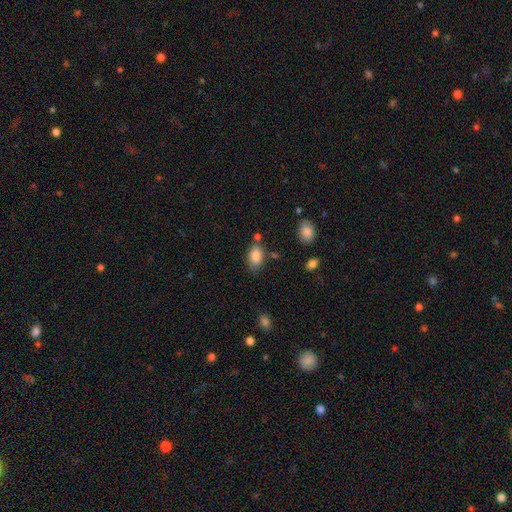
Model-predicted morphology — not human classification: Smooth or featured?
  - smooth: 84% *
  - featured or disk: 8%
  - star or artifact: 8%
How rounded?
  - in between: 90% *
  - round: 8%
  - cigar-shaped: 2%
Merging?
  - none: 67% *
  - minor disturbance: 20%
  - merger: 8%
  - major disturbance: 5%